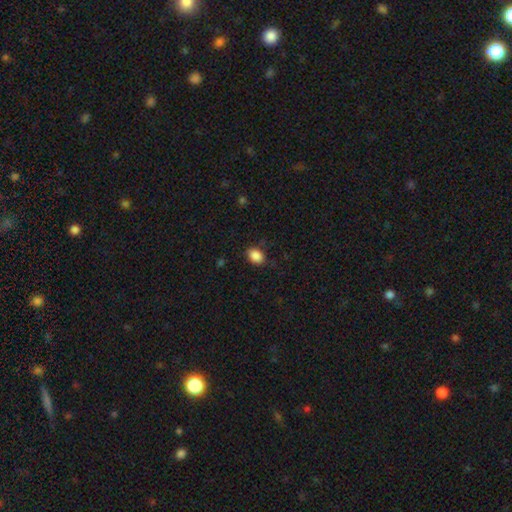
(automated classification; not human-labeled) Smooth or featured? smooth (88%)
How rounded? in between (72%)
Merging? none (85%)